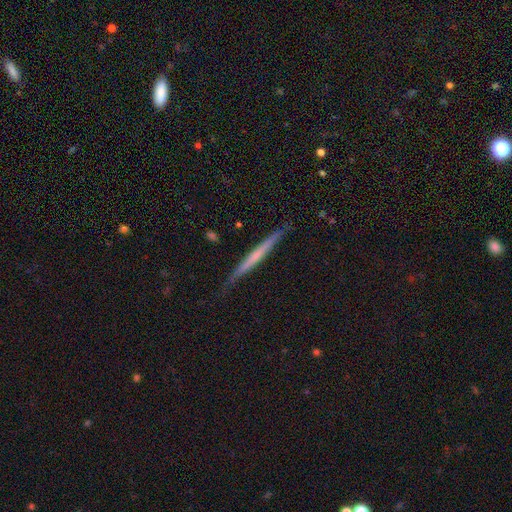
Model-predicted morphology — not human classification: A featured or disk galaxy (57%) viewed edge-on (97%) with no central bulge (78%).

Vote fractions:
- Smooth or featured? featured or disk: 57% / smooth: 37% / star or artifact: 6%
- Edge-on disk? yes: 97% / no: 3%
- Edge-on bulge? none: 78% / rounded: 16% / boxy: 6%
- Merging? none: 87% / minor disturbance: 10% / major disturbance: 2% / merger: 1%